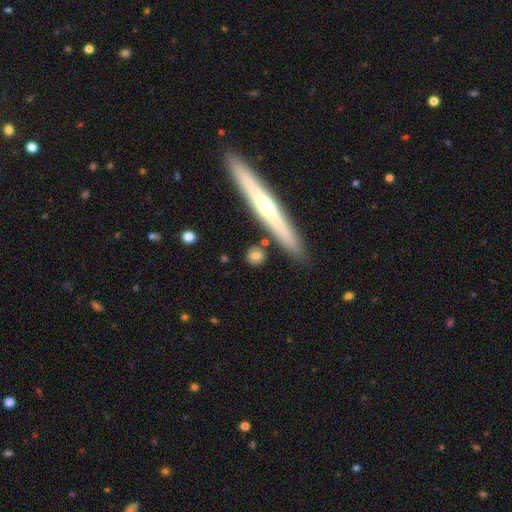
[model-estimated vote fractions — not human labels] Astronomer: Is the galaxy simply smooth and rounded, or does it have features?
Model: smooth — 75%.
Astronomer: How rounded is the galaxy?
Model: round — 64%.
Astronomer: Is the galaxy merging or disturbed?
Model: none — 83%.